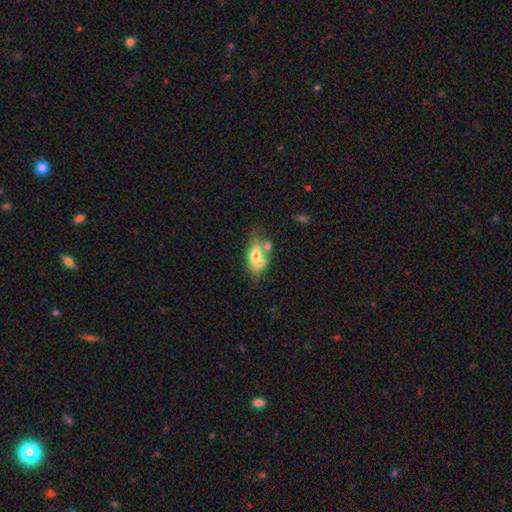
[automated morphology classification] Smooth or featured? smooth (59%)
How rounded? in between (82%)
Merging? merger (43%)